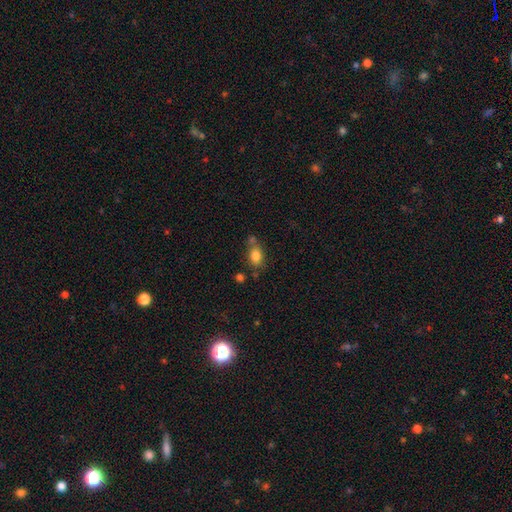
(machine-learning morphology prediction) Q: Smooth or featured?
A: smooth (81%); runner-up: star or artifact (10%)
Q: How rounded?
A: in between (77%); runner-up: round (20%)
Q: Merging?
A: none (54%); runner-up: merger (21%)